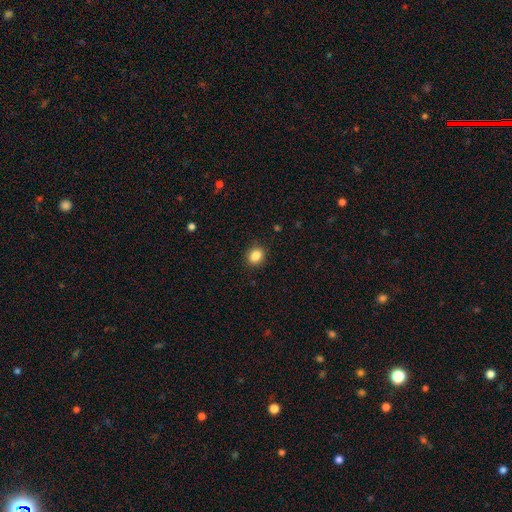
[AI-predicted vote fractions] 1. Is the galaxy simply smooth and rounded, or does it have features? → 86% smooth, 10% star or artifact, 4% featured or disk.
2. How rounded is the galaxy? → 60% round, 39% in between, 1% cigar-shaped.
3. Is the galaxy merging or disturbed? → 89% none, 8% minor disturbance, 2% major disturbance, 1% merger.